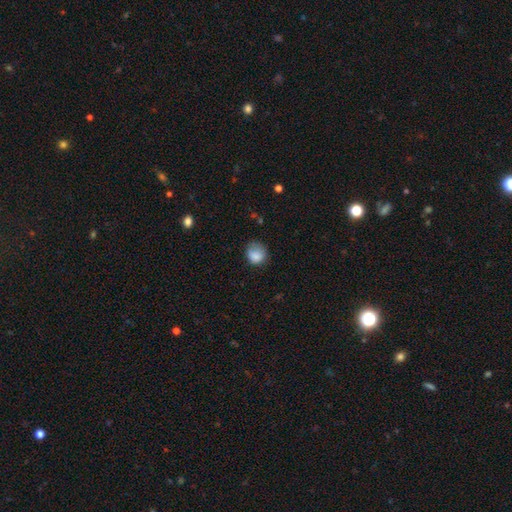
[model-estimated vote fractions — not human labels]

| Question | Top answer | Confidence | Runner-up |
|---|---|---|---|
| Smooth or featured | smooth | 84% | star or artifact (9%) |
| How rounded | round | 77% | in between (22%) |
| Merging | none | 59% | minor disturbance (29%) |